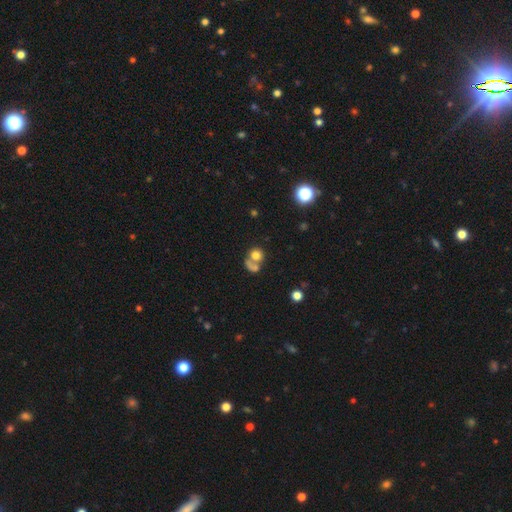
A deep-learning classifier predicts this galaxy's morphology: This appears to be a smooth galaxy with no disk features (72%) that is round (78%). Merging: merger (47%).